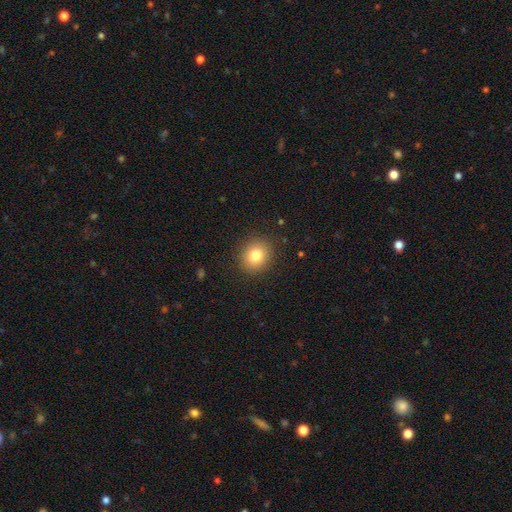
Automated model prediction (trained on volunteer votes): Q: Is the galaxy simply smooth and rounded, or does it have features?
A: smooth — 80%.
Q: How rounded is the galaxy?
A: round — 74%.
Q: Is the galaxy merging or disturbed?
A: none — 89%.